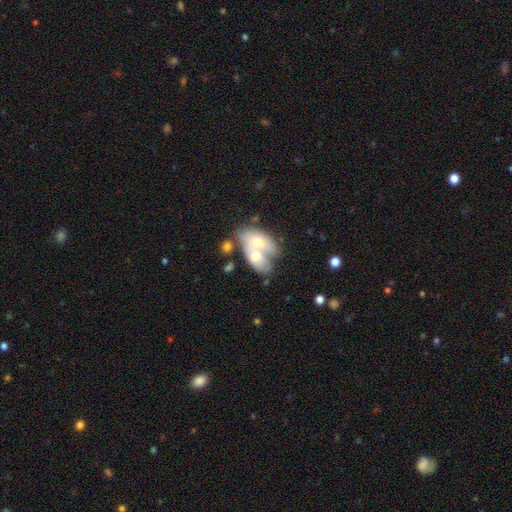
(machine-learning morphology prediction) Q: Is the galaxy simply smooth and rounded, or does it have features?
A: smooth — 51%.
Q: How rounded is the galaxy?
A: in between — 81%.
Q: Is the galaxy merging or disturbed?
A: merger — 76%.